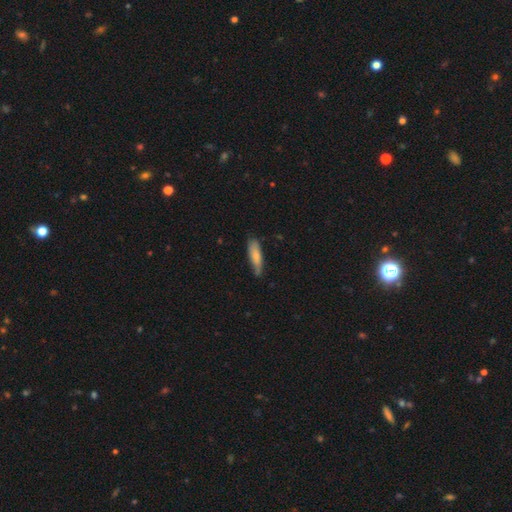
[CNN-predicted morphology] A smooth galaxy with no disk features (75%) that is cigar-shaped (62%). Merging: none (62%).